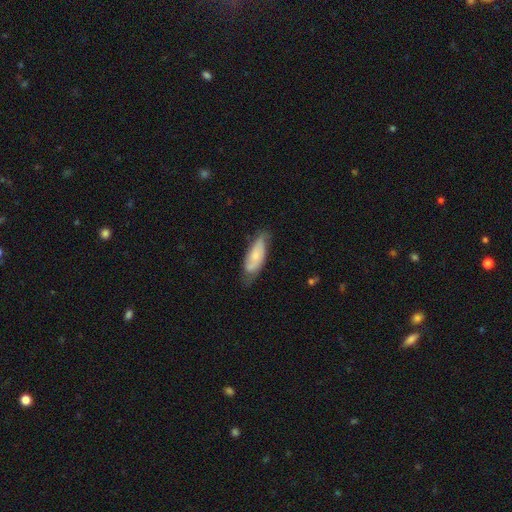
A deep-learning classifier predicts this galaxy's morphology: A smooth galaxy with no disk features (50%) that is in between round and cigar-shaped (68%). Merging: none (63%).